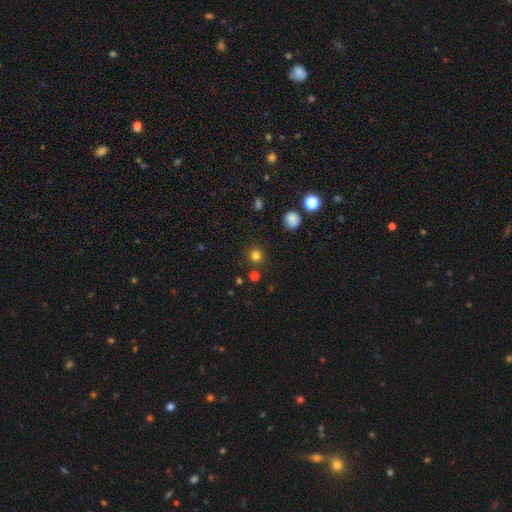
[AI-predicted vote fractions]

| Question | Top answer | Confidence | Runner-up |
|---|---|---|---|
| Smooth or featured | smooth | 79% | star or artifact (16%) |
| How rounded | round | 93% | in between (6%) |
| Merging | none | 88% | minor disturbance (6%) |